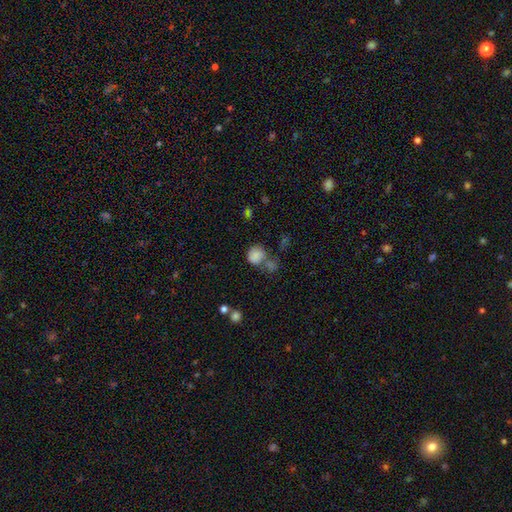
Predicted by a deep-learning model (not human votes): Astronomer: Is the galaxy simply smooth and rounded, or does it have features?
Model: smooth — 79%.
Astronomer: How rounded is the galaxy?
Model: round — 75%.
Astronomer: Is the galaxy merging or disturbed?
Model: none — 39% (runner-up: merger, 37%).